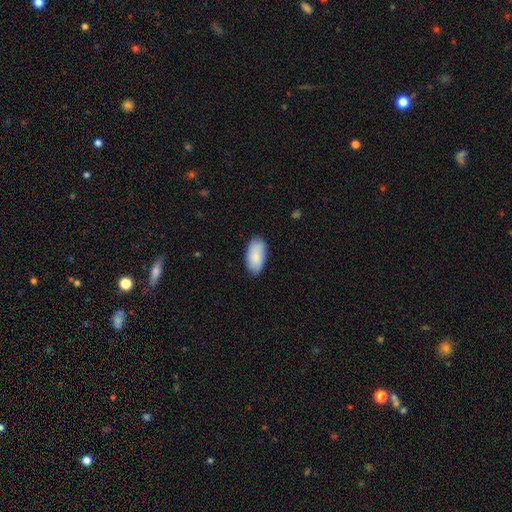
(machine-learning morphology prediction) This is clearly a smooth galaxy (85%). How rounded: clearly in between (94%). Merging: likely none (80%).